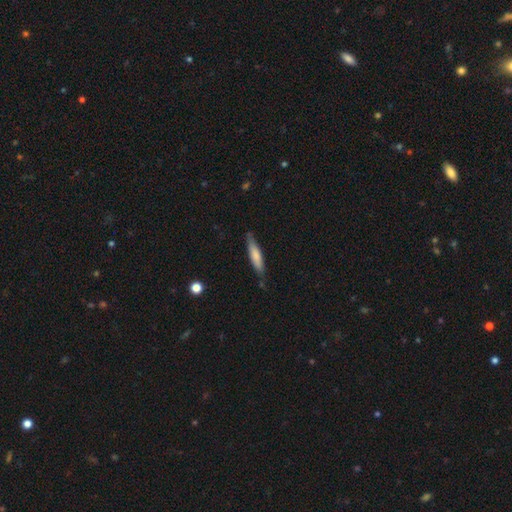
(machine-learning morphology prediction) smooth_or_featured: smooth (p=0.72) [alt: featured or disk p=0.22]
how_rounded: cigar-shaped (p=0.82) [alt: in between p=0.17]
merging: none (p=0.77) [alt: minor disturbance p=0.18]